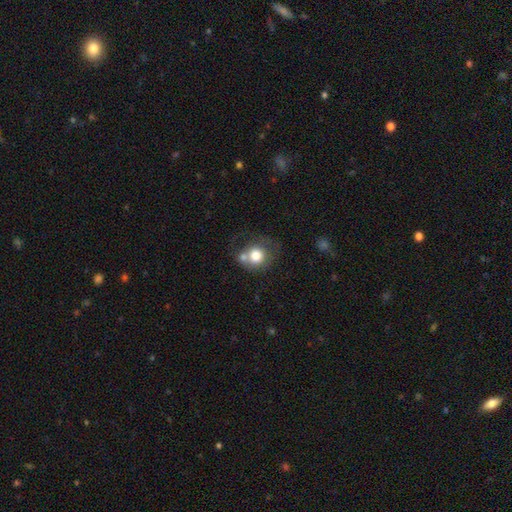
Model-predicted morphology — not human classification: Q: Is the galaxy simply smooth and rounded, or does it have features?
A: smooth — 73%.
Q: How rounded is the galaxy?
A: round — 80%.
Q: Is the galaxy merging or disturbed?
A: none — 42%.